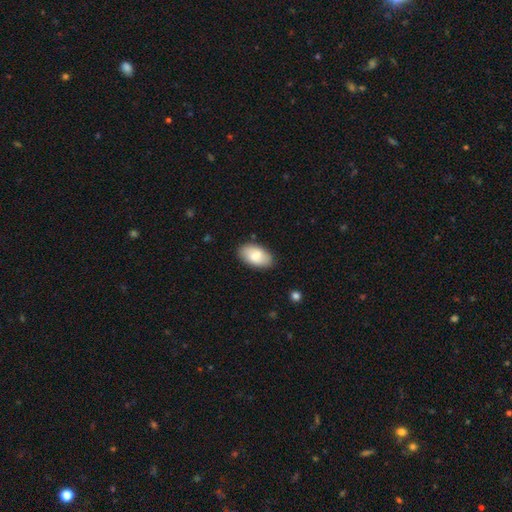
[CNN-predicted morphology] Smooth or featured? smooth (77%)
How rounded? in between (94%)
Merging? none (84%)